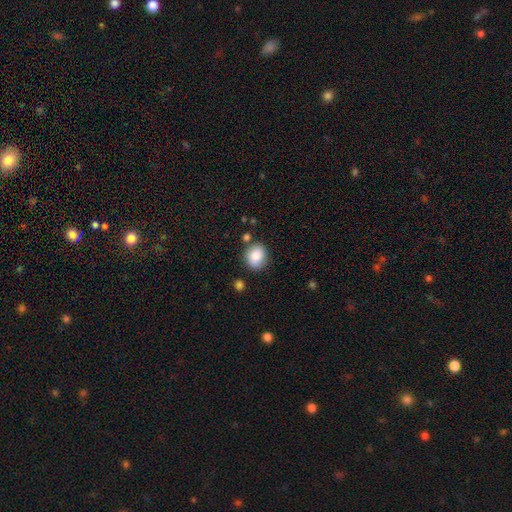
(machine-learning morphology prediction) Smooth or featured: smooth — 83% (featured or disk — 9%)
How rounded: round — 67% (in between — 33%)
Merging: none — 79% (minor disturbance — 12%)